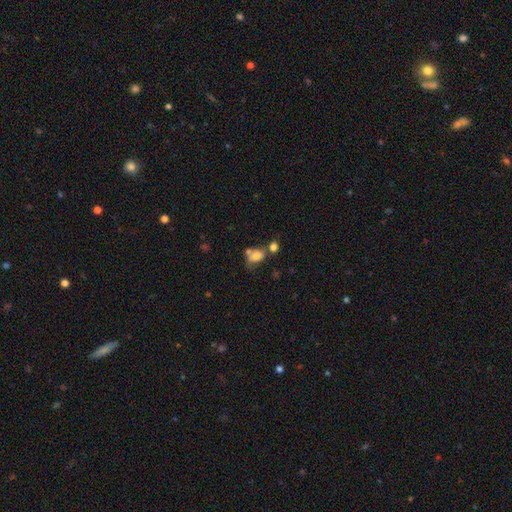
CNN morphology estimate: Smooth or featured? Predicted: smooth (p=0.70). How rounded? Predicted: in between (p=0.72). Merging? Predicted: merger (p=0.38).